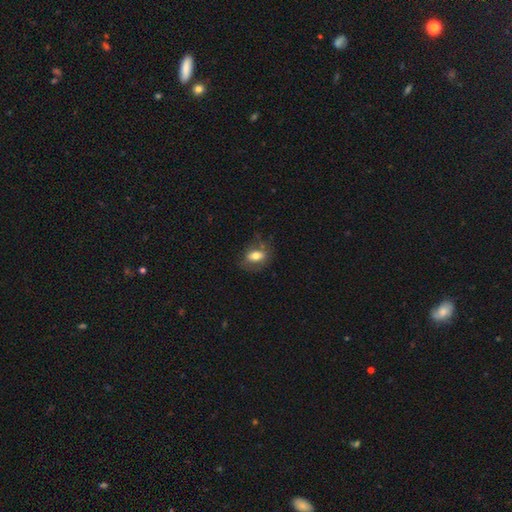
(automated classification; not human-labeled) This appears to be a smooth galaxy with no disk features (65%) that is in between round and cigar-shaped (80%). Merging: none (65%).